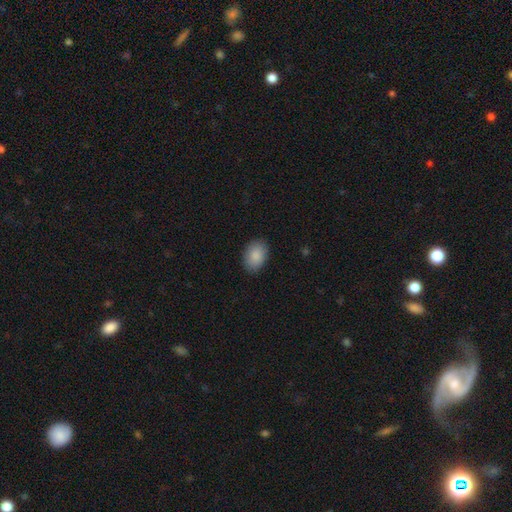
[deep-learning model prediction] This appears to be a smooth galaxy with no disk features (89%) that is in between round and cigar-shaped (83%). Merging: none (87%).